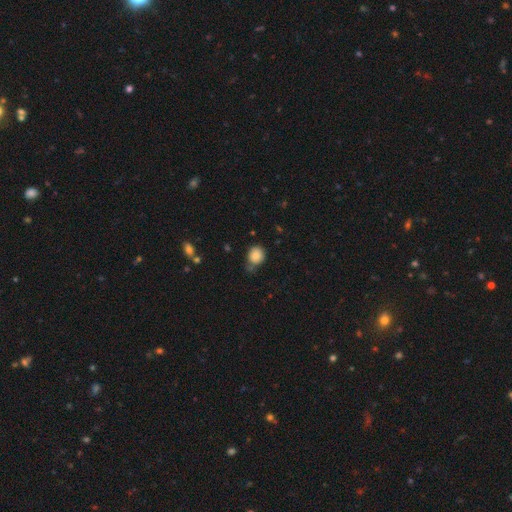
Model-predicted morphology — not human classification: smooth-or-featured: smooth: 84% | star or artifact: 10% | featured or disk: 6%
  how-rounded: round: 79% | in between: 20% | cigar-shaped: 1%
  merging: none: 63% | minor disturbance: 24% | merger: 7% | major disturbance: 6%